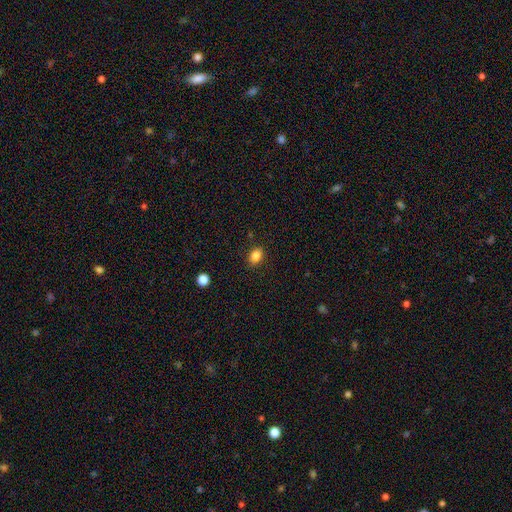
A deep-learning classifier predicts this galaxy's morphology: Q: Smooth or featured?
A: smooth (85%); runner-up: star or artifact (10%)
Q: How rounded?
A: in between (77%); runner-up: round (22%)
Q: Merging?
A: none (87%); runner-up: minor disturbance (9%)